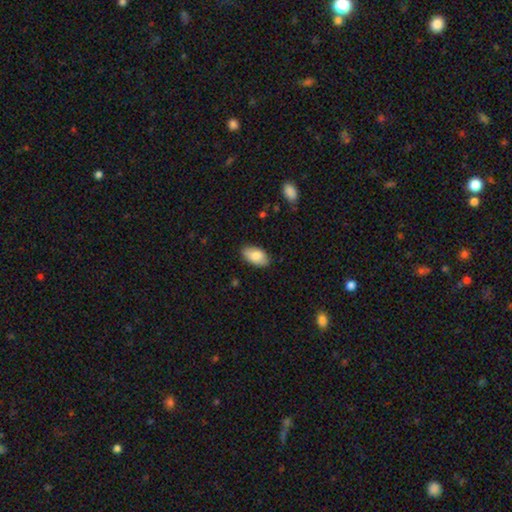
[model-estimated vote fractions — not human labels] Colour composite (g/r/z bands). It shows a smooth galaxy with no disk features (83%) that is in between round and cigar-shaped (95%). Merging: none (84%).